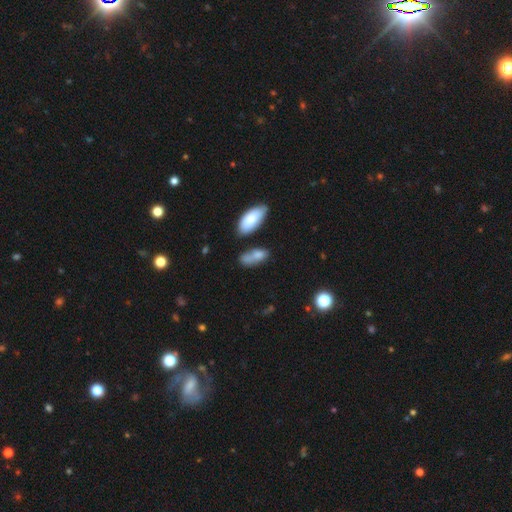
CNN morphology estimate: type=smooth (76%); roundness=in between (82%); merging=none (38%).